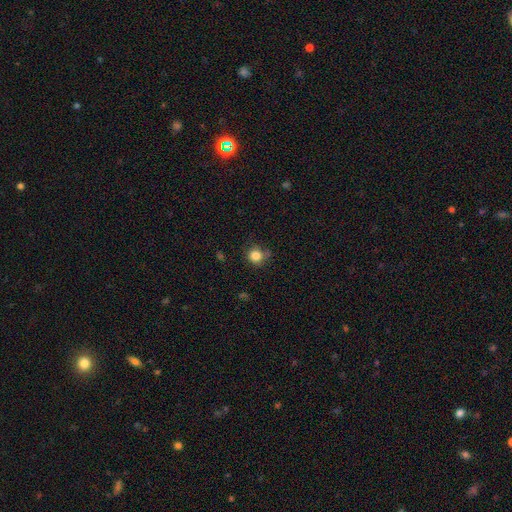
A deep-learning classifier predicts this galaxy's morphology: This is clearly a smooth galaxy (83%). How rounded: clearly round (91%). Merging: likely none (74%).